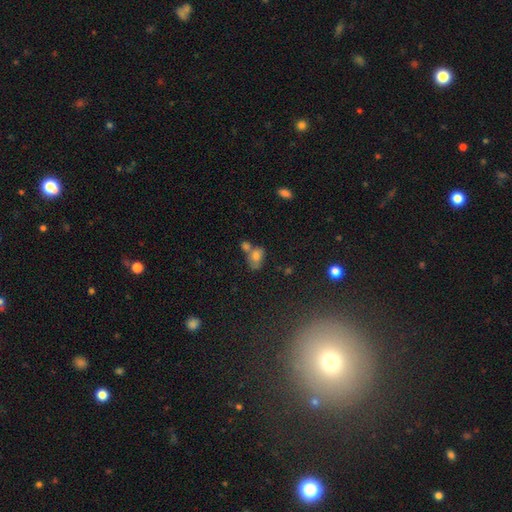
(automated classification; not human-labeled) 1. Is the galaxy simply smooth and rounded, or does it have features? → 72% smooth, 16% featured or disk, 13% star or artifact.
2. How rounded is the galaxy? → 77% in between, 22% round, 2% cigar-shaped.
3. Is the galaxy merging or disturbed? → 44% merger, 32% none, 15% minor disturbance, 8% major disturbance.